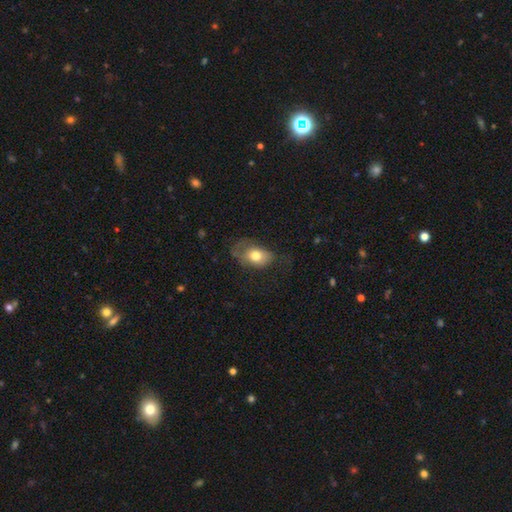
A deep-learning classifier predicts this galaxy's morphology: Smooth or featured?
  - smooth: 71% *
  - featured or disk: 21%
  - star or artifact: 8%
How rounded?
  - in between: 81% *
  - round: 17%
  - cigar-shaped: 2%
Merging?
  - none: 39% *
  - minor disturbance: 31%
  - major disturbance: 28%
  - merger: 2%